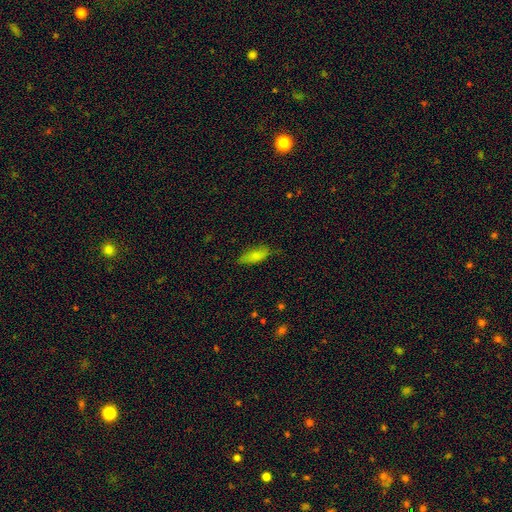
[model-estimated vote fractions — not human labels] A smooth galaxy with no disk features (78%) that is in between round and cigar-shaped (77%).

Vote fractions:
- Smooth or featured? smooth: 78% / featured or disk: 15% / star or artifact: 7%
- How rounded? in between: 77% / cigar-shaped: 21% / round: 2%
- Merging? none: 71% / minor disturbance: 24% / major disturbance: 4% / merger: 1%